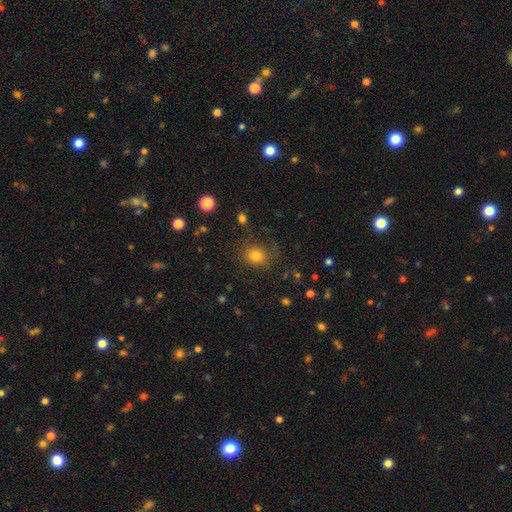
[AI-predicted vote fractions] Smooth or featured? smooth (78%)
How rounded? round (75%)
Merging? none (74%)